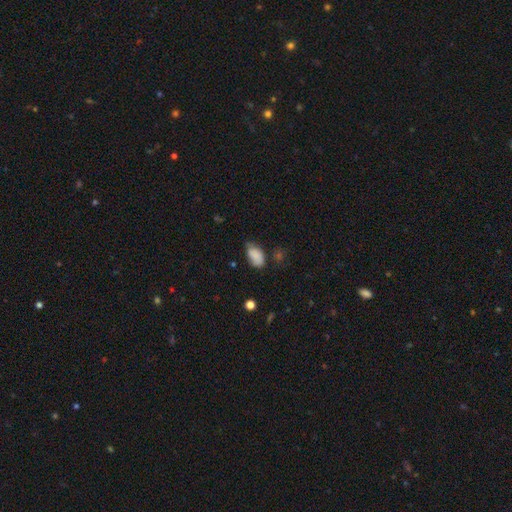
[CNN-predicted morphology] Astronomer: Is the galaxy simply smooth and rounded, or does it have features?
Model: smooth — 86%.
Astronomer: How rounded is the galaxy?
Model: in between — 93%.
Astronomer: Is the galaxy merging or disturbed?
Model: none — 56% (runner-up: minor disturbance, 33%).